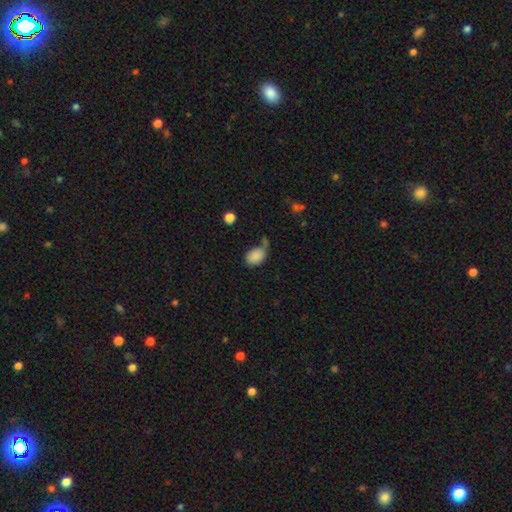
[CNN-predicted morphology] Smooth or featured? smooth (85%)
How rounded? in between (75%)
Merging? none (45%)